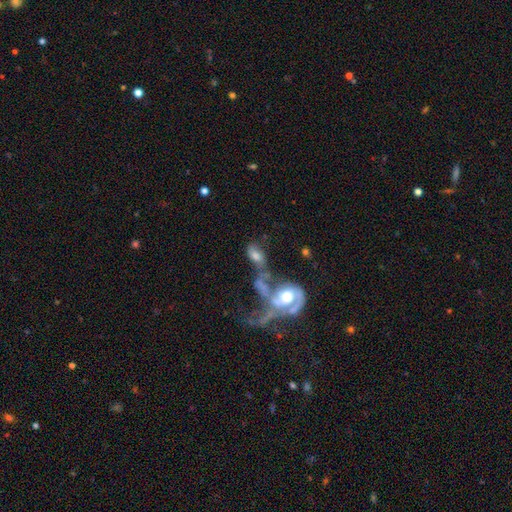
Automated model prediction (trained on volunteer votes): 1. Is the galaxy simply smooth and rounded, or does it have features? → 59% featured or disk, 32% smooth, 10% star or artifact.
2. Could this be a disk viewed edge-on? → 94% no, 6% yes.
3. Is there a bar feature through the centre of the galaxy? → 64% no, 27% weak, 9% strong.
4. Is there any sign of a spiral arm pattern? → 70% yes, 30% no.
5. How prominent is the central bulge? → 59% moderate, 19% large, 14% small, 5% none, 3% dominant.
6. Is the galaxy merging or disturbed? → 59% merger, 19% major disturbance, 13% none, 8% minor disturbance.